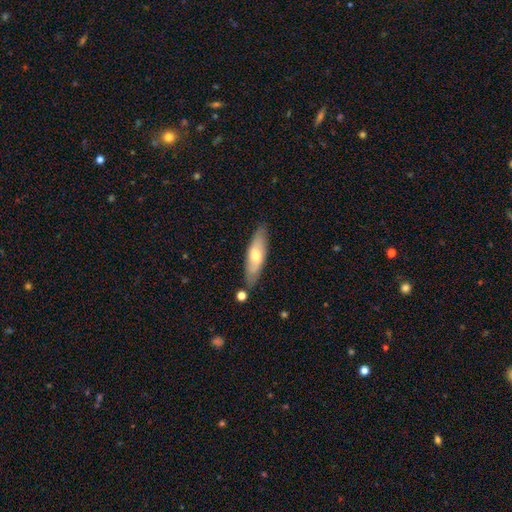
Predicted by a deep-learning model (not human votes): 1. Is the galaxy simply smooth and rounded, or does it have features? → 56% smooth, 38% featured or disk, 6% star or artifact.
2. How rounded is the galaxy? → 55% cigar-shaped, 43% in between, 2% round.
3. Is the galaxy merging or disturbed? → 79% none, 14% minor disturbance, 4% merger, 3% major disturbance.